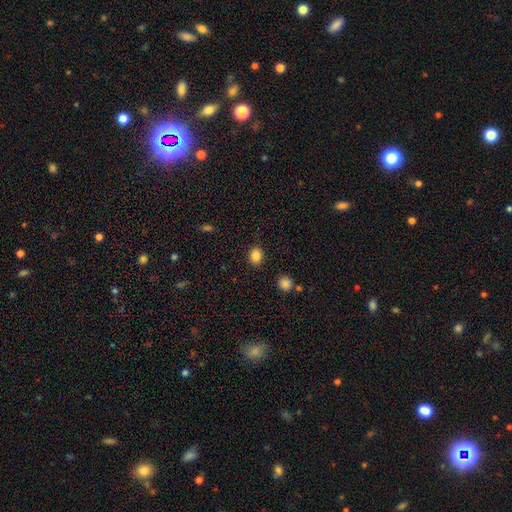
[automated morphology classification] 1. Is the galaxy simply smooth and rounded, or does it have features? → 86% smooth, 10% star or artifact, 4% featured or disk.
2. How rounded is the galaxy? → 54% round, 45% in between, 1% cigar-shaped.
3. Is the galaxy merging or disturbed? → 87% none, 9% minor disturbance, 3% major disturbance, 2% merger.